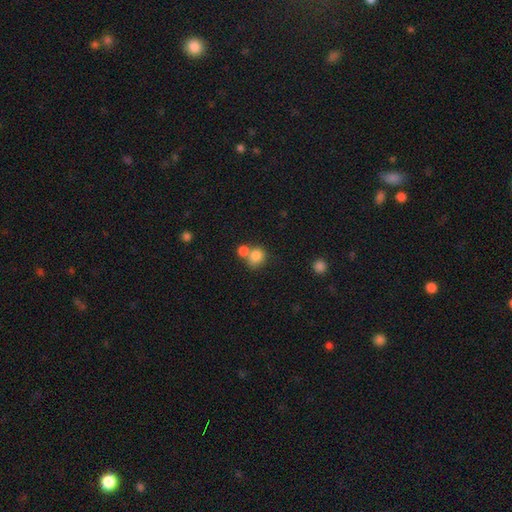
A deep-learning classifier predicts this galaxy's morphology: Smooth or featured: smooth — 81% (star or artifact — 10%)
How rounded: round — 75% (in between — 24%)
Merging: none — 45% (merger — 42%)